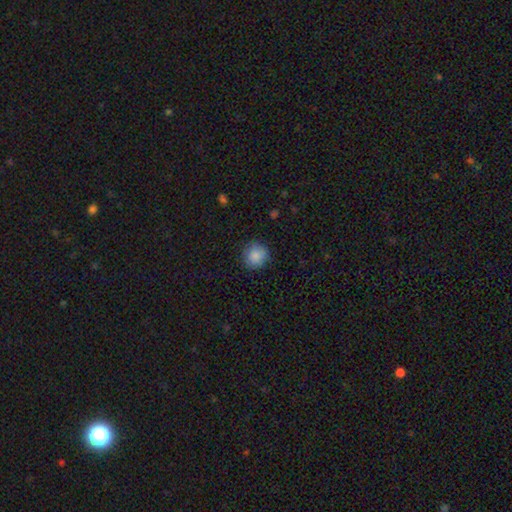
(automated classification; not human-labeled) Smooth or featured: smooth — 87% (star or artifact — 8%)
How rounded: round — 92% (in between — 7%)
Merging: none — 86% (minor disturbance — 10%)